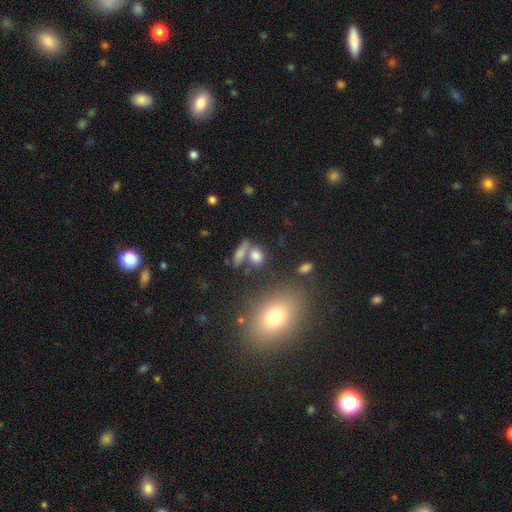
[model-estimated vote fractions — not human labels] Overall: smooth (76%). How rounded: in between (52%; round 41%). Merging: none (53%; merger 31%).